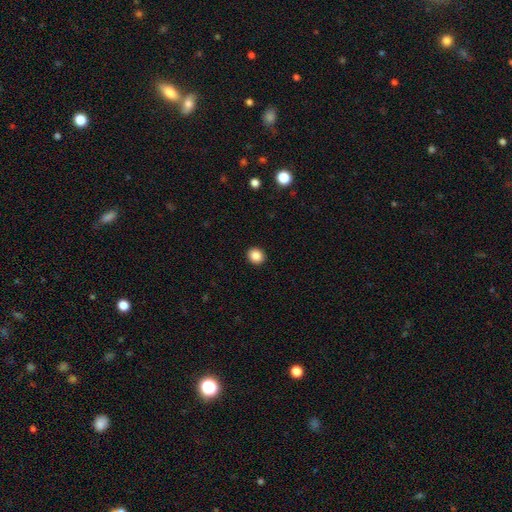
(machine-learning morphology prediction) A smooth galaxy with no disk features (87%) that is round (76%).

Vote fractions:
- Smooth or featured? smooth: 87% / star or artifact: 9% / featured or disk: 4%
- How rounded? round: 76% / in between: 23% / cigar-shaped: 1%
- Merging? none: 93% / minor disturbance: 5% / major disturbance: 2% / merger: 1%